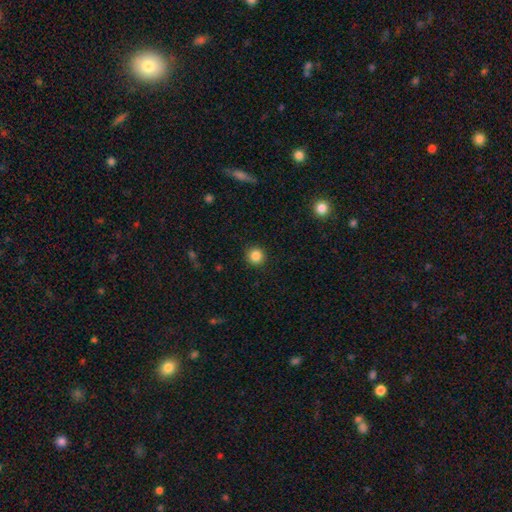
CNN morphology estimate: Smooth or featured: smooth — 85% (star or artifact — 10%)
How rounded: round — 94% (in between — 5%)
Merging: none — 91% (minor disturbance — 6%)